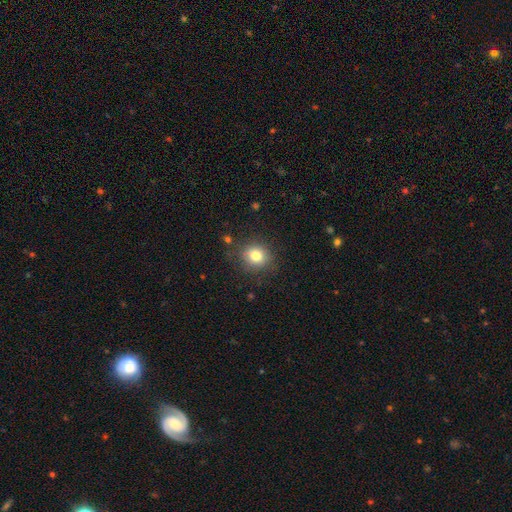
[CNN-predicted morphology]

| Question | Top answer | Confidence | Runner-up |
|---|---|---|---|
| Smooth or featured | smooth | 80% | star or artifact (11%) |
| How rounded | round | 75% | in between (24%) |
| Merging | none | 82% | minor disturbance (12%) |